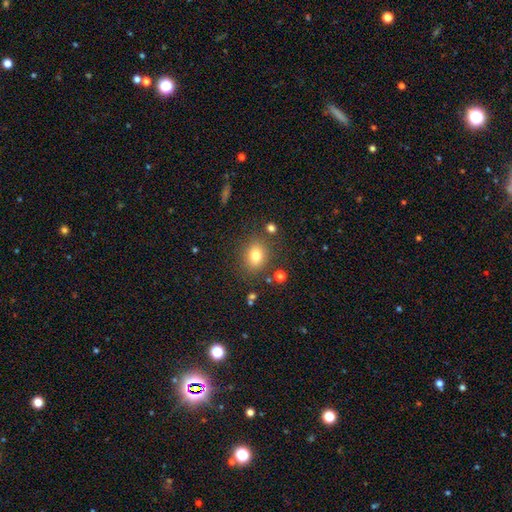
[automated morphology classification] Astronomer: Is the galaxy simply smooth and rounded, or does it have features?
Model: smooth — 79%.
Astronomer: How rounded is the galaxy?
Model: in between — 53% (runner-up: round, 46%).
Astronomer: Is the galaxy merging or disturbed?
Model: none — 79%.